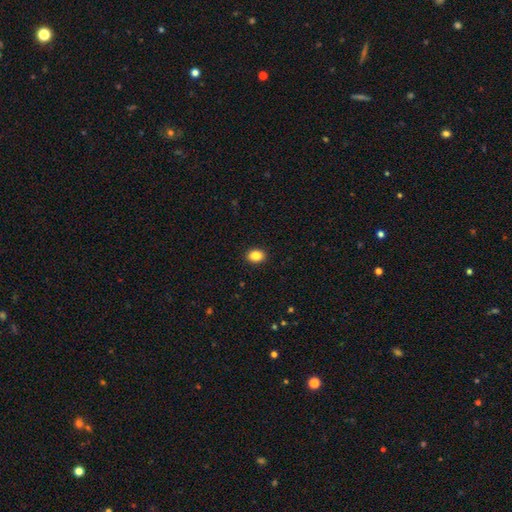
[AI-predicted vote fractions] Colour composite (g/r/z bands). It shows a smooth galaxy with no disk features (86%) that is in between round and cigar-shaped (62%). Merging: none (92%).